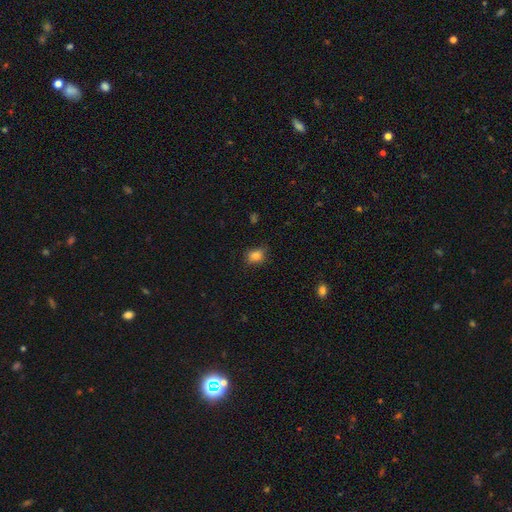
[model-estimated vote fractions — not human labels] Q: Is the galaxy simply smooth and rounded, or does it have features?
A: smooth — 84%.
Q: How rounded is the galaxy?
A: in between — 53%.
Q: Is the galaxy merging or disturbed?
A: none — 75%.